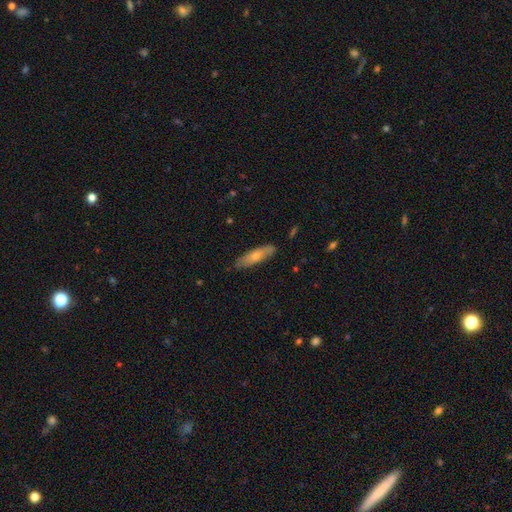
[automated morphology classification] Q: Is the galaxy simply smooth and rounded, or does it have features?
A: smooth — 53%.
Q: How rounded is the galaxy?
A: cigar-shaped — 70%.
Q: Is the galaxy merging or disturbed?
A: none — 84%.